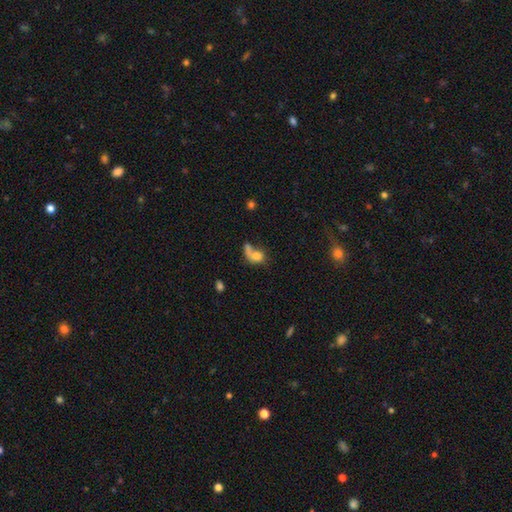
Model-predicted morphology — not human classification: Overall: smooth (70%). How rounded: in between (51%; round 47%). Merging: merger (42%; none 26%).